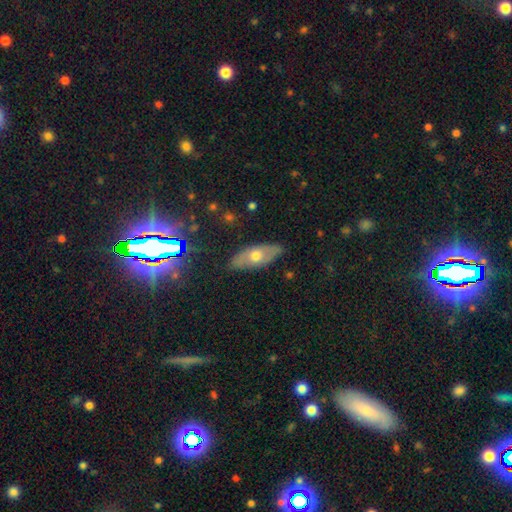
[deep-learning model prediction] A smooth galaxy with no disk features (43%). Merging: none (83%).